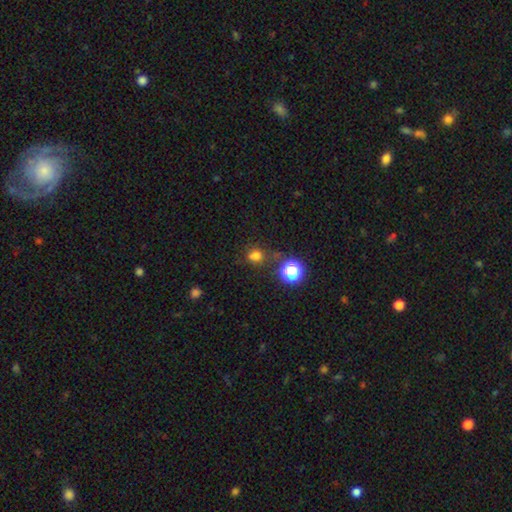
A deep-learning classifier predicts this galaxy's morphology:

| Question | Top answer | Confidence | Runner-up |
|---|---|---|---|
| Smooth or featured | smooth | 72% | star or artifact (22%) |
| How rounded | round | 77% | in between (22%) |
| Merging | none | 69% | minor disturbance (16%) |